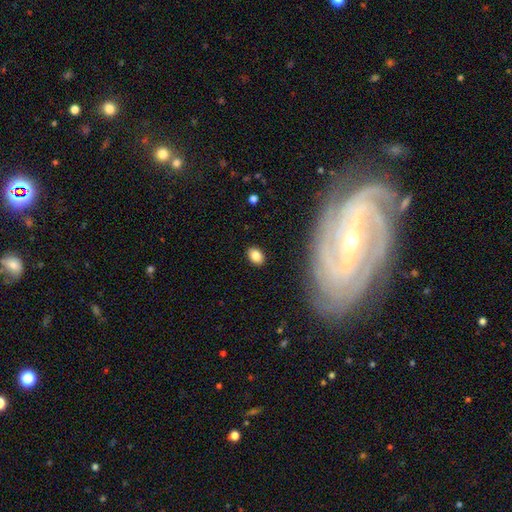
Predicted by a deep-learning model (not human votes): Smooth or featured? smooth (84%)
How rounded? in between (77%)
Merging? none (87%)